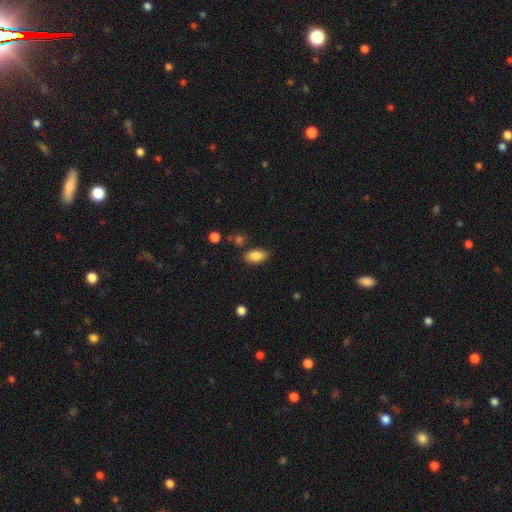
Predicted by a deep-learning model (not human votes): Smooth or featured? Predicted: smooth (p=0.85). How rounded? Predicted: in between (p=0.92). Merging? Predicted: none (p=0.82).